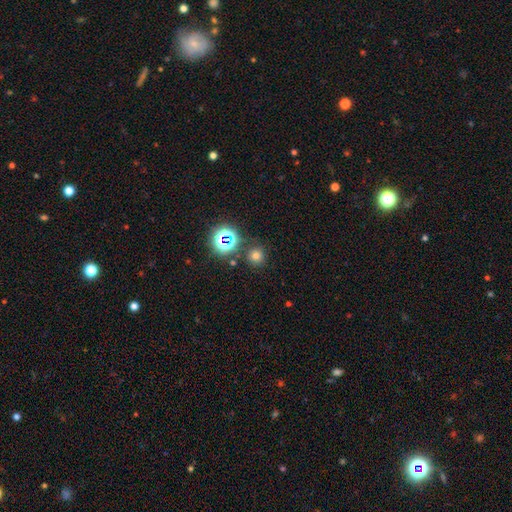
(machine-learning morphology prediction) A smooth galaxy with no disk features (68%) that is round (92%). Merging: none (84%).